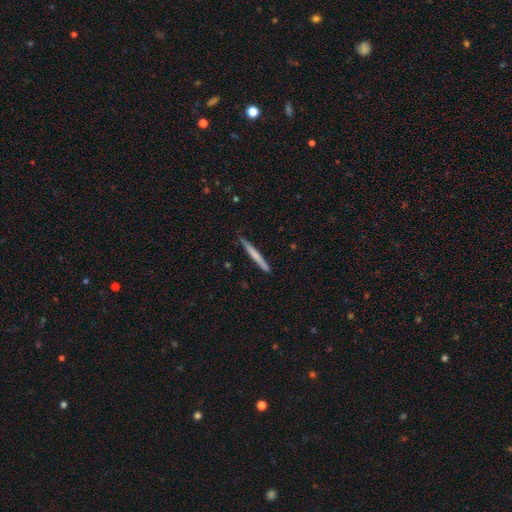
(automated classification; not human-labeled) Smooth or featured? smooth (62%)
How rounded? cigar-shaped (97%)
Merging? none (89%)